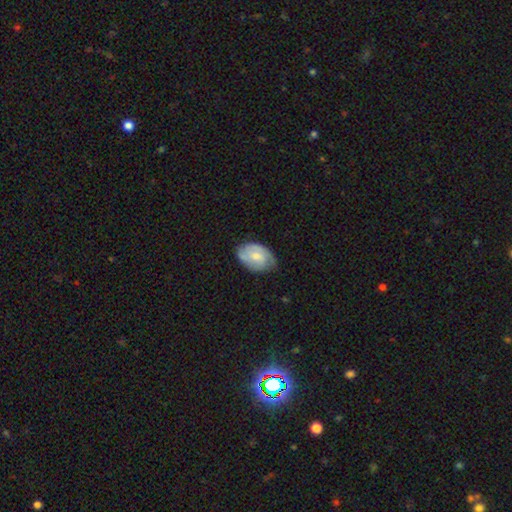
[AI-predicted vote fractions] Q: Smooth or featured?
A: featured or disk (51%); runner-up: smooth (43%)
Q: Edge-on disk?
A: no (96%); runner-up: yes (4%)
Q: Merging?
A: none (65%); runner-up: minor disturbance (28%)